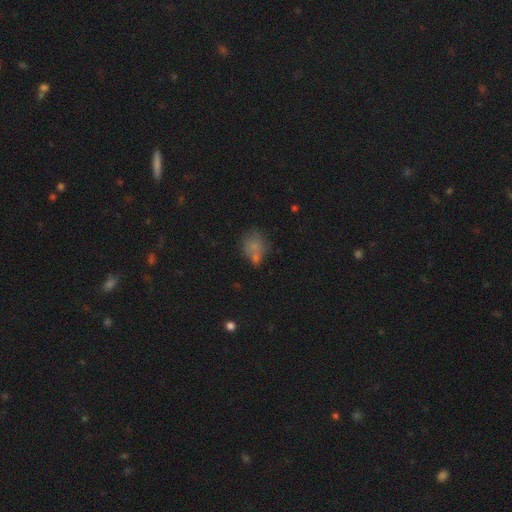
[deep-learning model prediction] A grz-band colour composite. It shows a smooth galaxy with no disk features (63%) that is round (72%). Merging: none (55%).